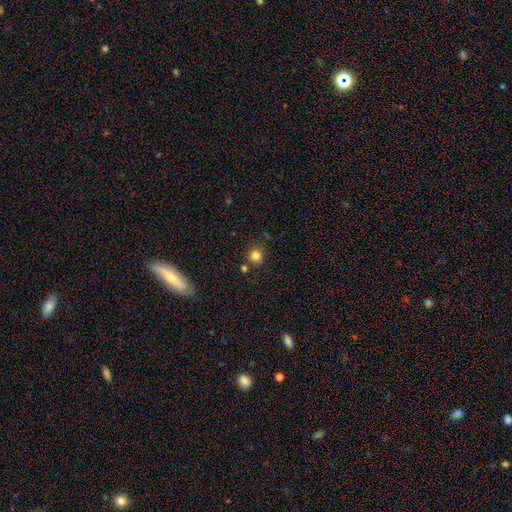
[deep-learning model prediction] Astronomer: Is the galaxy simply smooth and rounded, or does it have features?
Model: smooth — 81%.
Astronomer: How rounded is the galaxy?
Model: round — 92%.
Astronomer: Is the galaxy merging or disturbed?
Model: none — 82%.